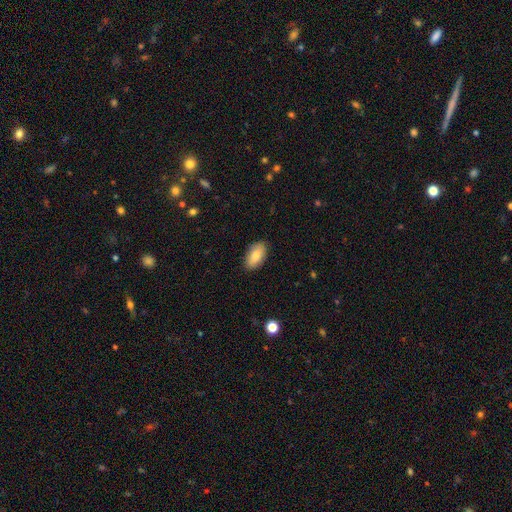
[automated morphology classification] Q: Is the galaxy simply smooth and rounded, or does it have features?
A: smooth — 82%.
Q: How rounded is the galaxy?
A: in between — 93%.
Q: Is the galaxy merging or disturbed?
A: none — 87%.